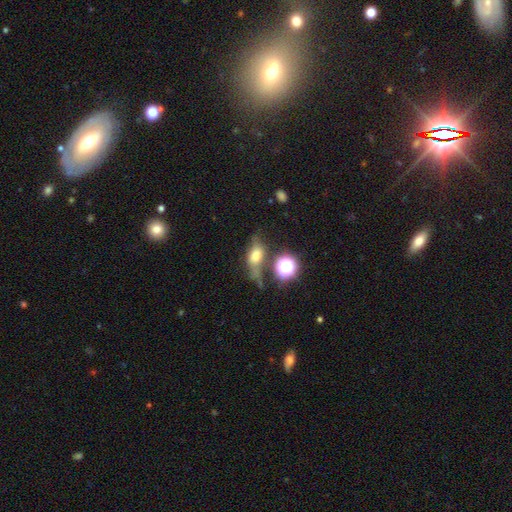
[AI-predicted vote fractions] Smooth or featured? smooth (58%)
How rounded? in between (67%)
Merging? none (45%)